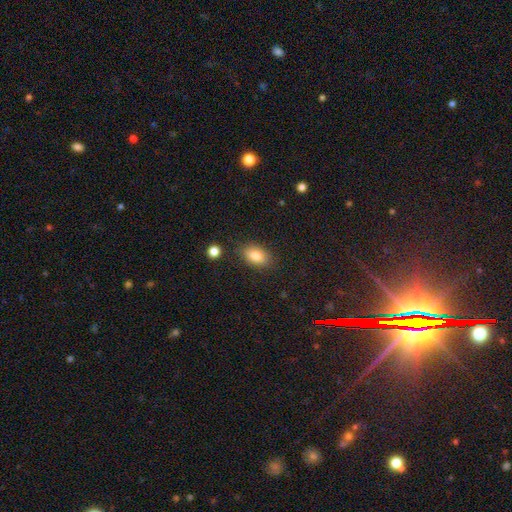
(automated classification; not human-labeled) smooth-or-featured: smooth: 83% | featured or disk: 9% | star or artifact: 8%
  how-rounded: in between: 87% | round: 11% | cigar-shaped: 2%
  merging: none: 84% | minor disturbance: 10% | major disturbance: 3% | merger: 2%